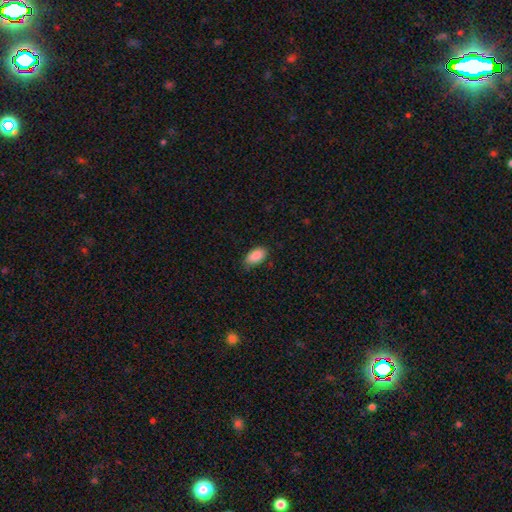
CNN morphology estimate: Overall: smooth (89%). How rounded: in between (94%). Merging: none (79%).